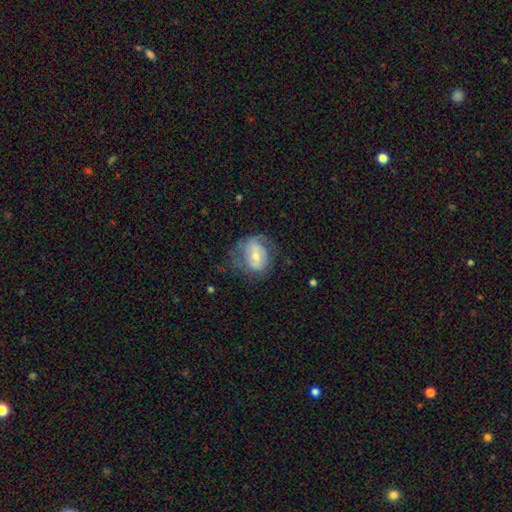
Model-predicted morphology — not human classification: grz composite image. It shows a featured or disk galaxy (60%) with a weak bar (44%), spiral arms (68%) and a moderate central bulge (51%). Merging: none (54%).